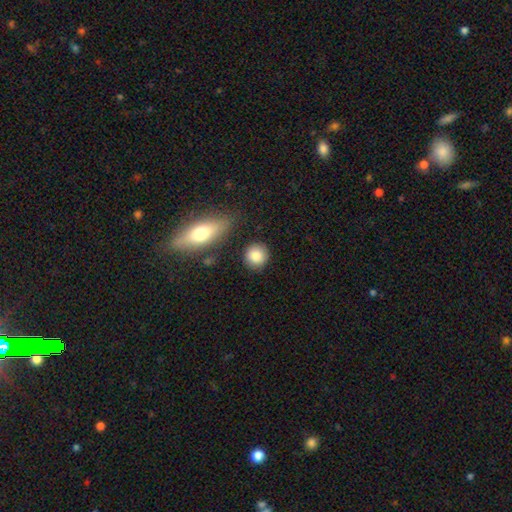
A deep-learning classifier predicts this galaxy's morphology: Smooth or featured: smooth — 85% (star or artifact — 8%)
How rounded: round — 88% (in between — 10%)
Merging: none — 85% (minor disturbance — 9%)